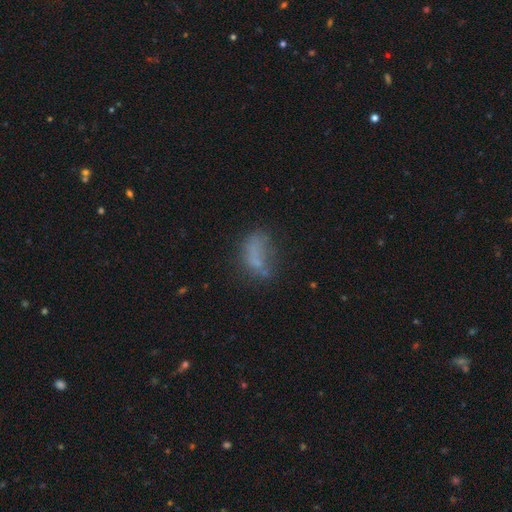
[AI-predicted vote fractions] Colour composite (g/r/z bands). It shows a smooth galaxy with no disk features (57%) that is in between round and cigar-shaped (81%). Merging: none (41%).